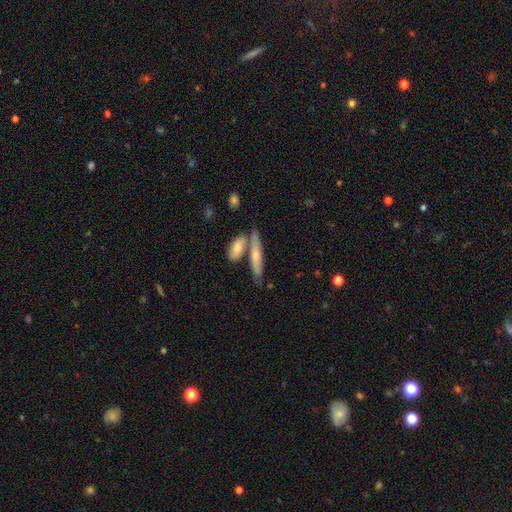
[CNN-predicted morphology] A smooth galaxy with no disk features (59%) that is cigar-shaped (76%). Merging: none (53%).